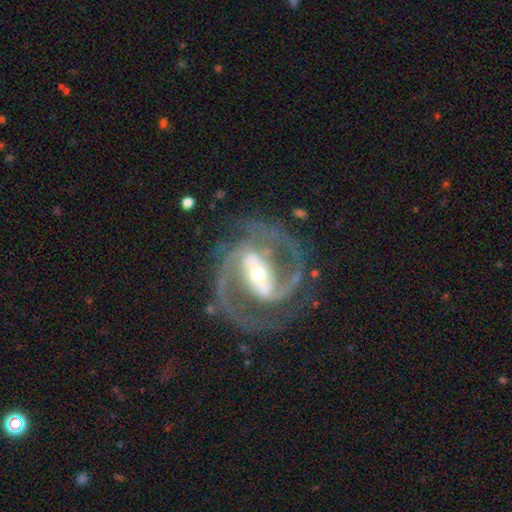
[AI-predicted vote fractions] Q: Smooth or featured?
A: featured or disk (93%); runner-up: star or artifact (5%)
Q: Edge-on disk?
A: no (97%); runner-up: yes (3%)
Q: Bar?
A: strong (60%); runner-up: weak (28%)
Q: Spiral arms?
A: yes (98%); runner-up: no (2%)
Q: Spiral winding?
A: medium (60%); runner-up: tight (31%)
Q: Spiral arm count?
A: 2 (88%); runner-up: 3 (7%)
Q: Bulge size?
A: moderate (47%); runner-up: small (46%)
Q: Merging?
A: none (75%); runner-up: minor disturbance (14%)